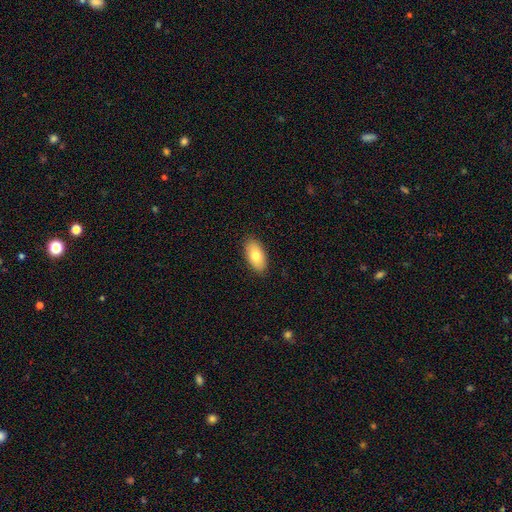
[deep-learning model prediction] Smooth or featured: smooth — 78% (featured or disk — 15%)
How rounded: in between — 94% (round — 3%)
Merging: none — 88% (minor disturbance — 9%)